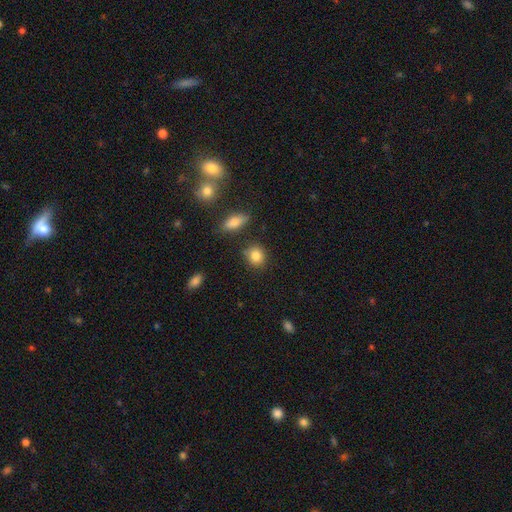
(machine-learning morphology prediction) A smooth galaxy with no disk features (84%) that is round (76%). Merging: none (82%).